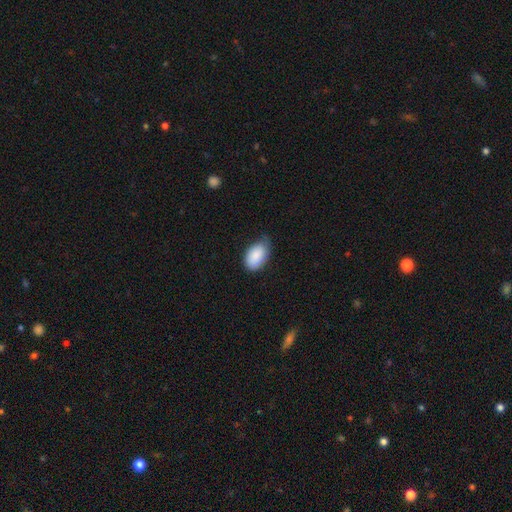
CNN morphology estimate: The model was most divided on "merging": none: 50%, minor disturbance: 40%, major disturbance: 9%, merger: 2%. More confident: how rounded — in between (92%); smooth or featured — smooth (86%).